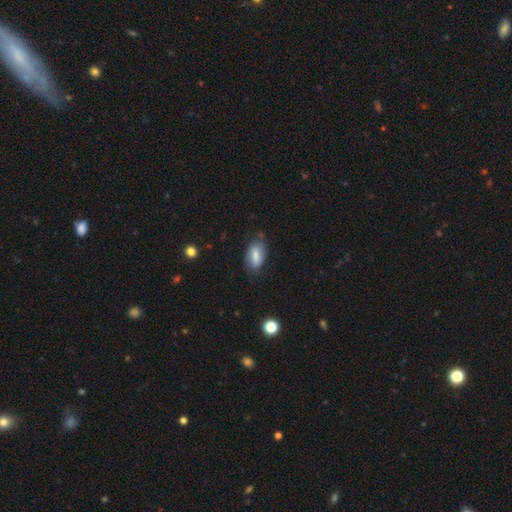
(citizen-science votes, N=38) A smooth galaxy with no disk features (66%) that is in between round and cigar-shaped (68%). Merging: none (71%).